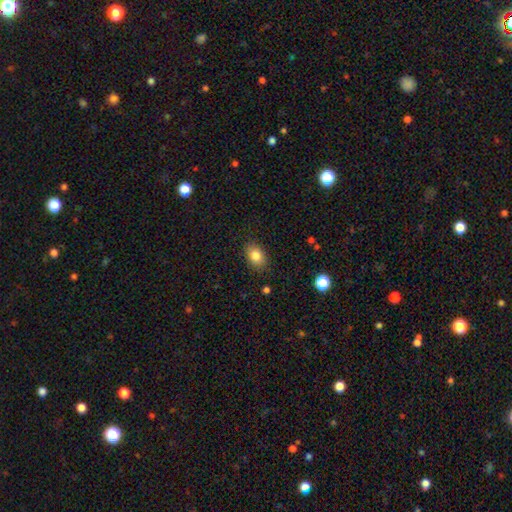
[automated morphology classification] type=smooth (84%); roundness=in between (78%); merging=none (86%).